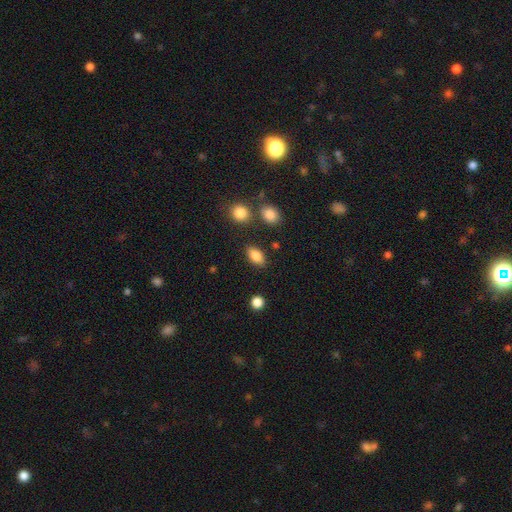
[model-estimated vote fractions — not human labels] Overall: smooth (86%). How rounded: in between (89%). Merging: none (84%).